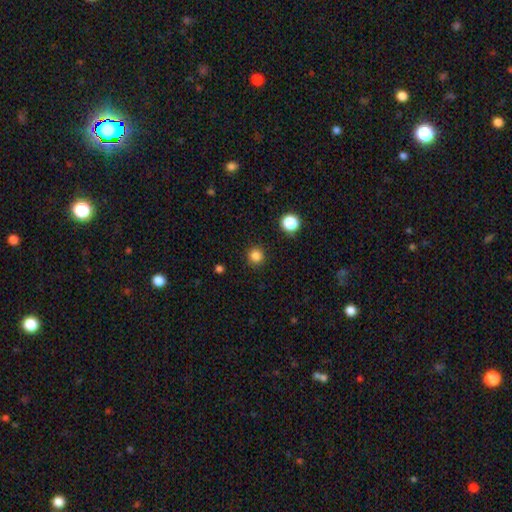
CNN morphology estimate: Smooth or featured: smooth — 84% (star or artifact — 13%)
How rounded: round — 94% (in between — 5%)
Merging: none — 91% (minor disturbance — 6%)